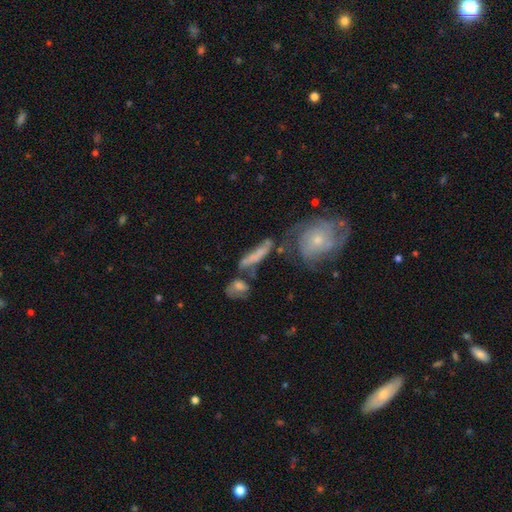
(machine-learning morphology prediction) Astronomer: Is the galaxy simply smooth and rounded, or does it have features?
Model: smooth — 45% (runner-up: featured or disk, 43%).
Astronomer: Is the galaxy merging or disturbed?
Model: none — 45% (runner-up: merger, 22%).